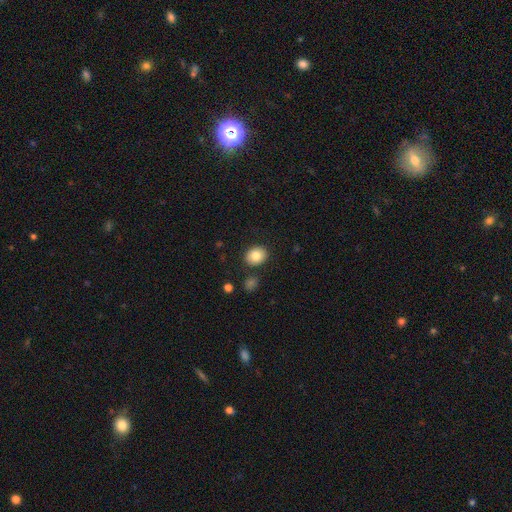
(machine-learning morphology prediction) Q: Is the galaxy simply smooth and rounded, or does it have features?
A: smooth — 82%.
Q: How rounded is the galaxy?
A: round — 54%.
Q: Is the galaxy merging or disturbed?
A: none — 86%.